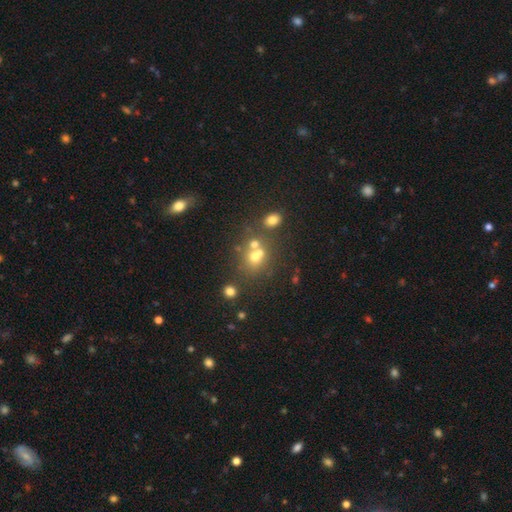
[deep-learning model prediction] smooth 58%, star or artifact 23%, featured or disk 19%. Down the decision tree: how rounded — round (68%); merging — none (47%).